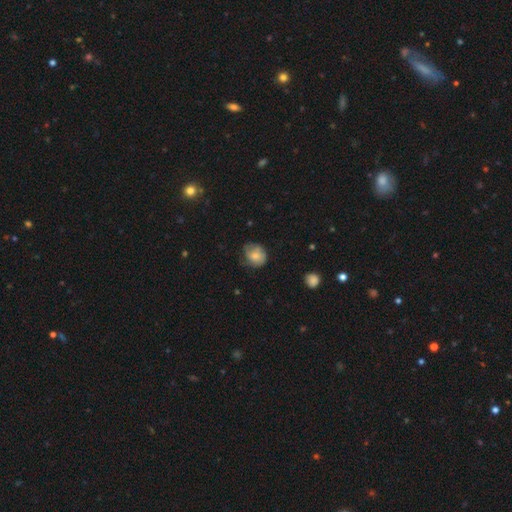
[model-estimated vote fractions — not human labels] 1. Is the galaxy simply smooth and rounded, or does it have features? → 71% smooth, 21% featured or disk, 8% star or artifact.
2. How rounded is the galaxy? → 65% round, 34% in between, 1% cigar-shaped.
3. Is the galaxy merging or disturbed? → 54% none, 32% minor disturbance, 13% major disturbance, 2% merger.